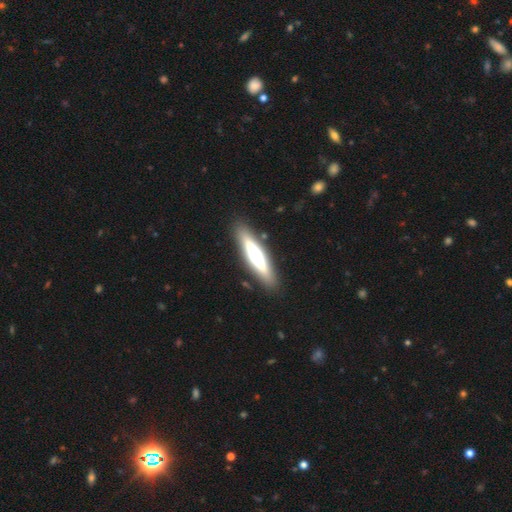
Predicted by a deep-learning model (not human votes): Overall: featured or disk (57%; smooth 36%). Edge-on disk: yes (92%). Edge-on bulge: rounded (58%; boxy 24%). Merging: none (87%).